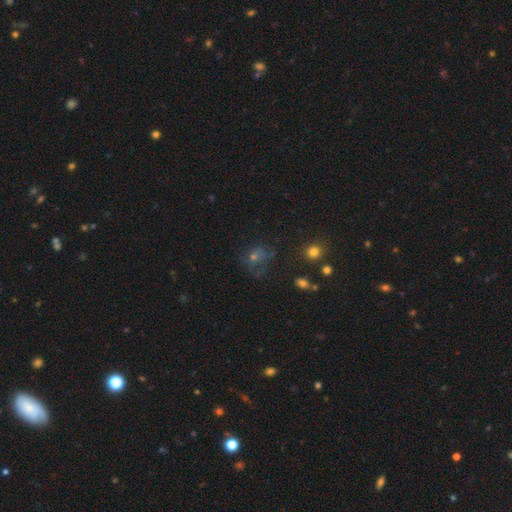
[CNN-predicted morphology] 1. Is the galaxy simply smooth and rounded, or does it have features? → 42% smooth, 36% star or artifact, 22% featured or disk.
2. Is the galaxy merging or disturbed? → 52% none, 23% major disturbance, 21% minor disturbance, 4% merger.